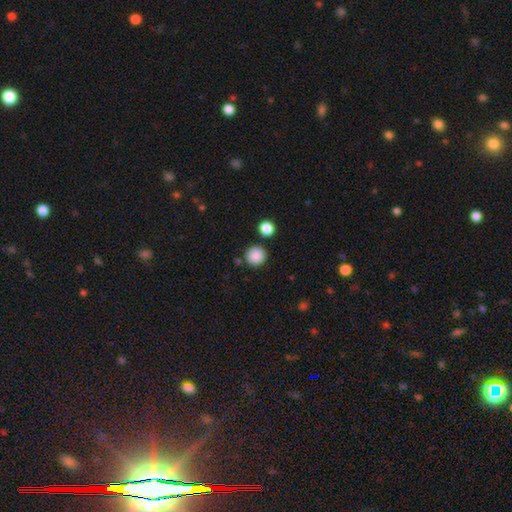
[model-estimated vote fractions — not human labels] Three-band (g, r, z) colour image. It shows a smooth galaxy with no disk features (88%) that is round (94%). Merging: none (86%).